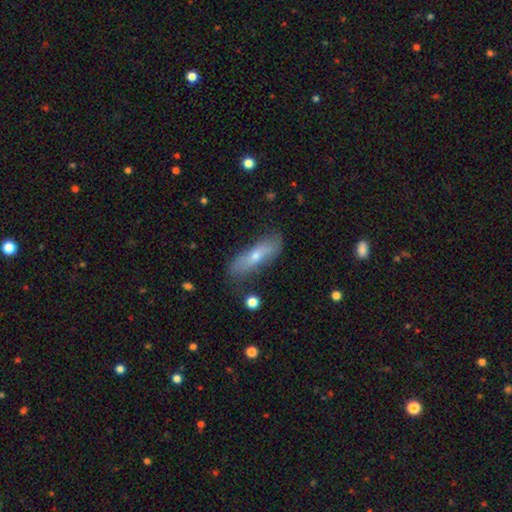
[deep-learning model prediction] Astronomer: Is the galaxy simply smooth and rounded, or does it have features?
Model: smooth — 51% (runner-up: featured or disk, 41%).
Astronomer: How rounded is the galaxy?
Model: cigar-shaped — 61% (runner-up: in between, 37%).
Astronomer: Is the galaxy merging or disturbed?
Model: none — 69%.